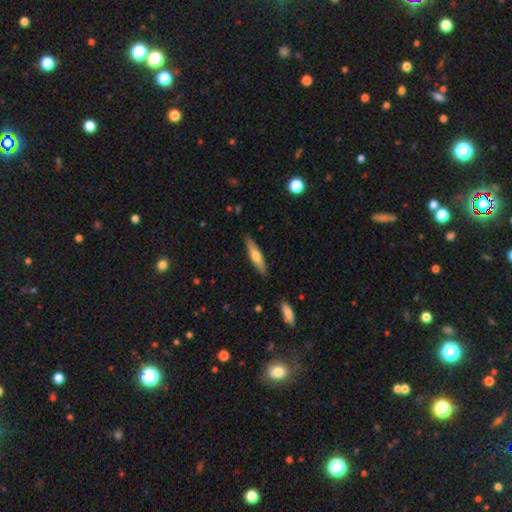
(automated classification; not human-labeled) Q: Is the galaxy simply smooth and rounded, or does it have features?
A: smooth — 53%.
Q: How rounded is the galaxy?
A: cigar-shaped — 82%.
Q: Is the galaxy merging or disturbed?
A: none — 87%.